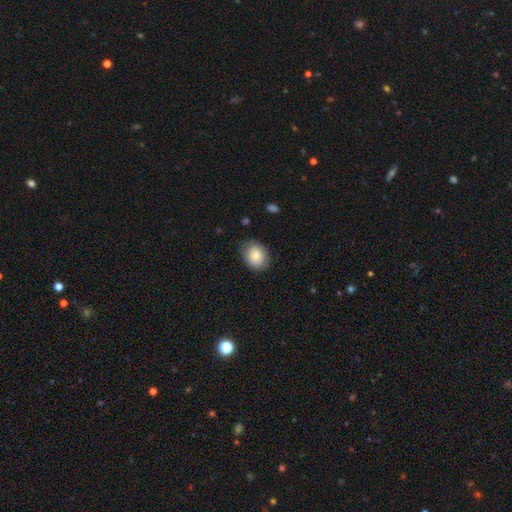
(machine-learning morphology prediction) Smooth or featured?
  - smooth: 77% *
  - featured or disk: 15%
  - star or artifact: 8%
How rounded?
  - in between: 56% *
  - round: 43%
  - cigar-shaped: 1%
Merging?
  - none: 79% *
  - minor disturbance: 16%
  - major disturbance: 4%
  - merger: 1%